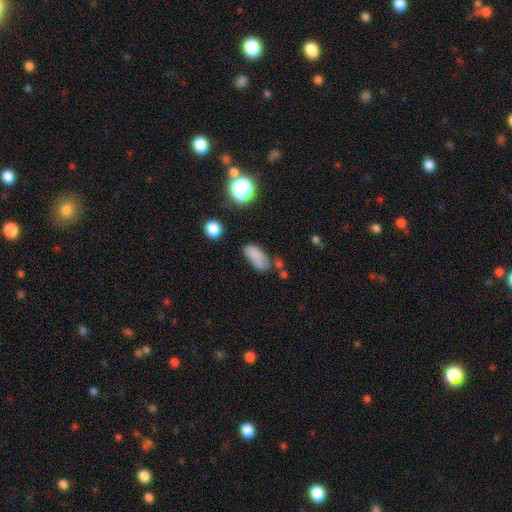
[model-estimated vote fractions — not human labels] This appears to be a smooth galaxy with no disk features (77%) that is in between round and cigar-shaped (87%). Merging: none (52%).